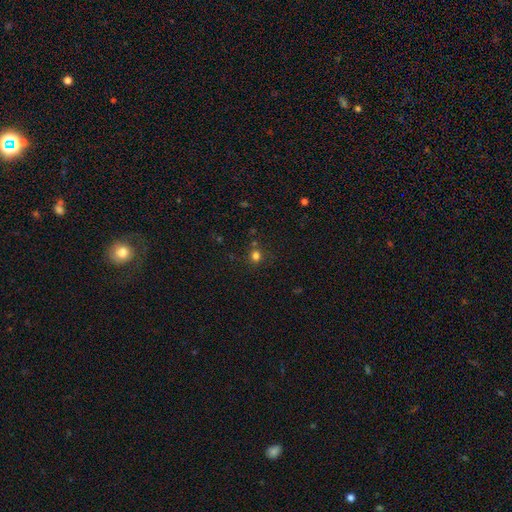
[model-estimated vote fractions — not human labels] Smooth or featured?
  - smooth: 75% *
  - star or artifact: 19%
  - featured or disk: 6%
How rounded?
  - round: 86% *
  - in between: 13%
  - cigar-shaped: 1%
Merging?
  - none: 77% *
  - minor disturbance: 11%
  - merger: 8%
  - major disturbance: 4%